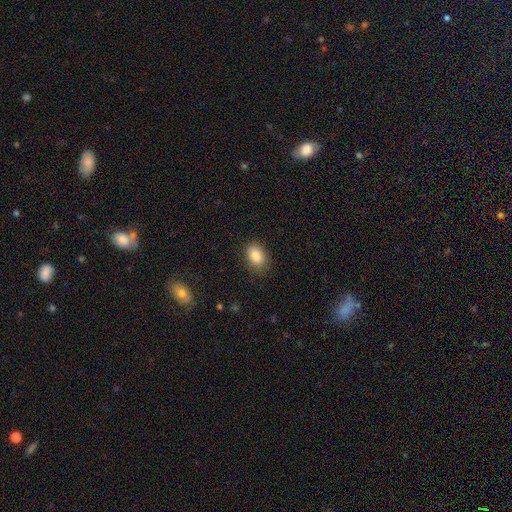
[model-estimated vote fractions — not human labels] Smooth or featured: smooth — 86% (star or artifact — 8%)
How rounded: in between — 83% (round — 16%)
Merging: none — 81% (minor disturbance — 14%)